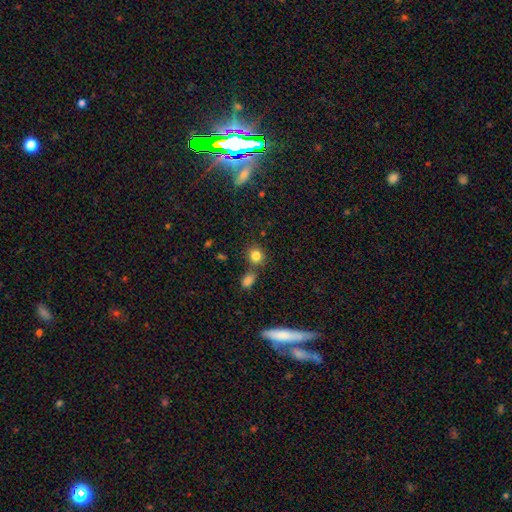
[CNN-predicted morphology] smooth-or-featured: smooth: 82% | star or artifact: 12% | featured or disk: 6%
  how-rounded: round: 78% | in between: 21% | cigar-shaped: 1%
  merging: none: 66% | merger: 19% | minor disturbance: 11% | major disturbance: 4%